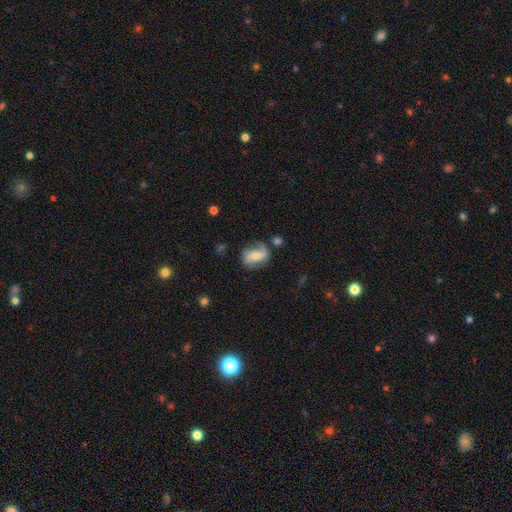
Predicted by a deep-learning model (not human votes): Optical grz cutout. It shows a featured or disk galaxy (62%) with no bar (38%), spiral arms (85%) and a moderate central bulge (47%). Merging: none (58%).